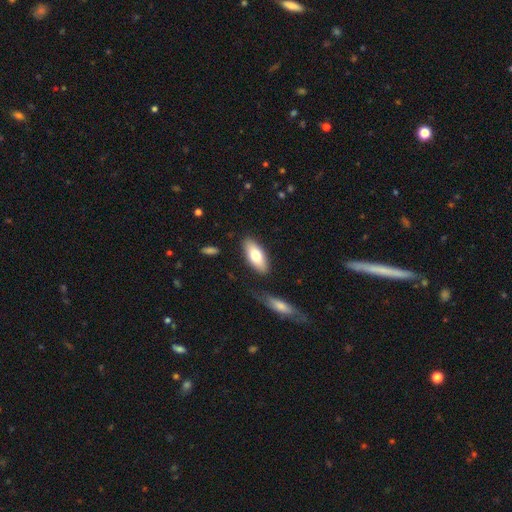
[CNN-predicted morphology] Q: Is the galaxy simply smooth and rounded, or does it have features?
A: smooth — 74%.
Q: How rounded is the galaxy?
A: in between — 82%.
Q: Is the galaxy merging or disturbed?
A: none — 80%.